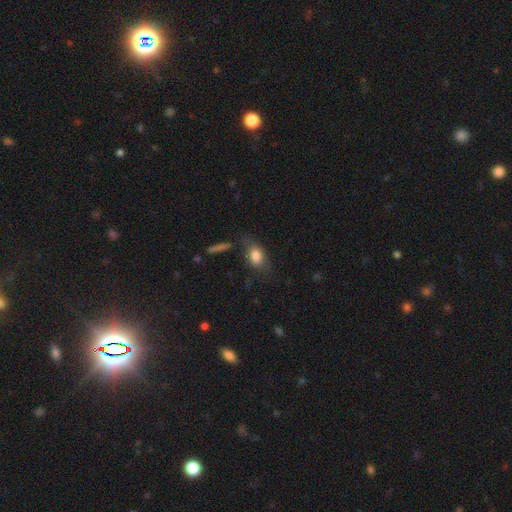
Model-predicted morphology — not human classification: Smooth or featured? smooth (78%)
How rounded? in between (84%)
Merging? none (63%)